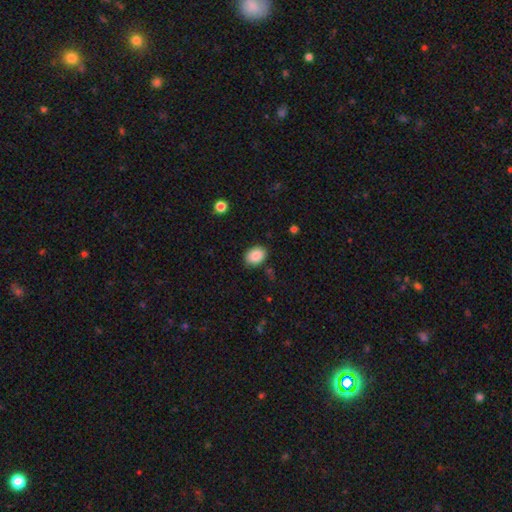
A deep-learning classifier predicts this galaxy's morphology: Q: Smooth or featured?
A: smooth (88%); runner-up: star or artifact (8%)
Q: How rounded?
A: in between (74%); runner-up: round (25%)
Q: Merging?
A: none (86%); runner-up: minor disturbance (10%)